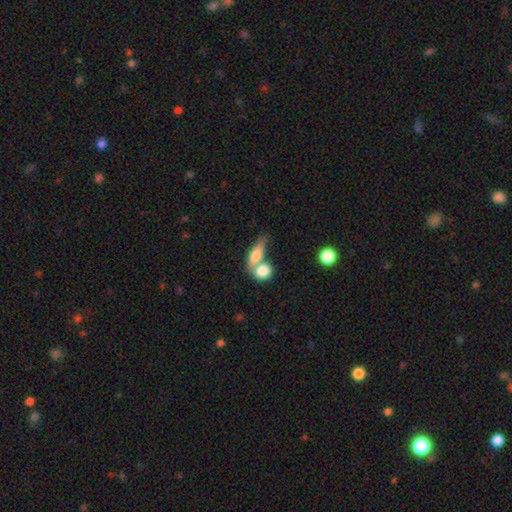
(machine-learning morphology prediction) Smooth or featured: smooth — 75% (featured or disk — 18%)
How rounded: in between — 64% (round — 18%)
Merging: merger — 60% (none — 26%)